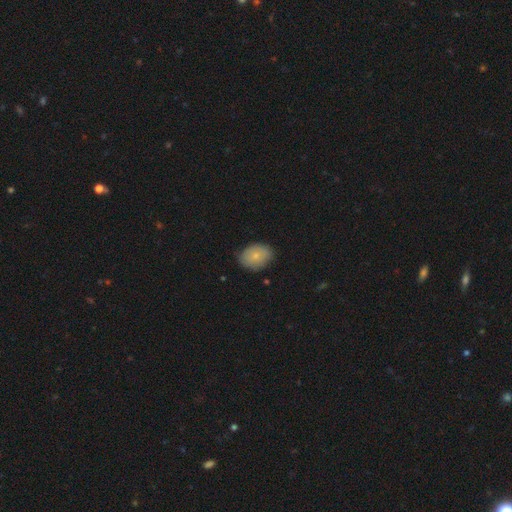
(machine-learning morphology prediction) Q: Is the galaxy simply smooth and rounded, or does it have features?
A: smooth — 74%.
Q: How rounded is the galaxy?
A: in between — 67%.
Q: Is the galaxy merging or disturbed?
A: none — 73%.